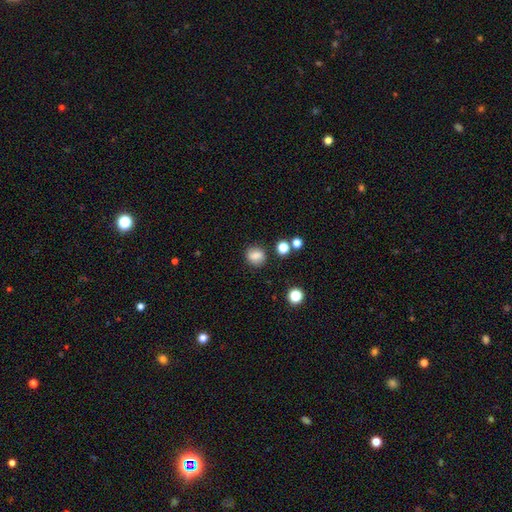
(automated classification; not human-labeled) Overall: smooth (81%). How rounded: round (64%; in between 35%). Merging: none (79%).